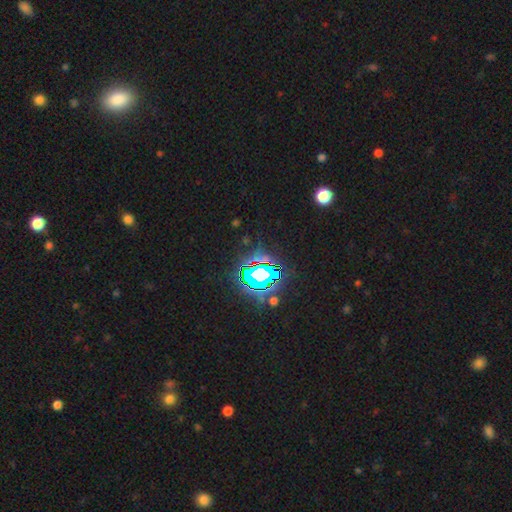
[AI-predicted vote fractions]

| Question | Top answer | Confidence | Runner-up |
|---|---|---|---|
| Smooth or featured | star or artifact | 82% | smooth (11%) |